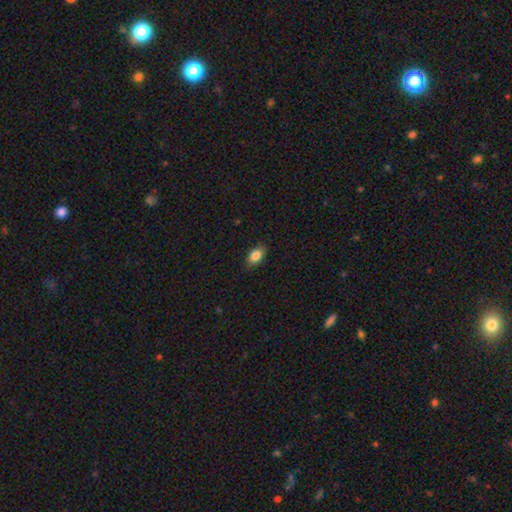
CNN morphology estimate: Overall: smooth (86%). How rounded: in between (89%). Merging: none (86%).